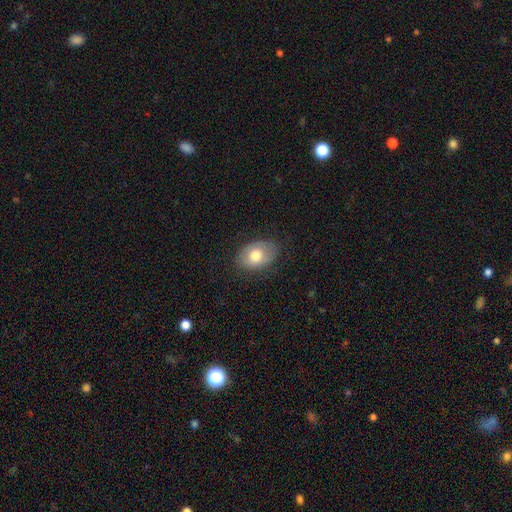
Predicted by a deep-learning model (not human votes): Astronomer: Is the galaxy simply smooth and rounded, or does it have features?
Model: smooth — 72%.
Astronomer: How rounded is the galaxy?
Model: in between — 84%.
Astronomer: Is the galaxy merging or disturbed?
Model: none — 77%.